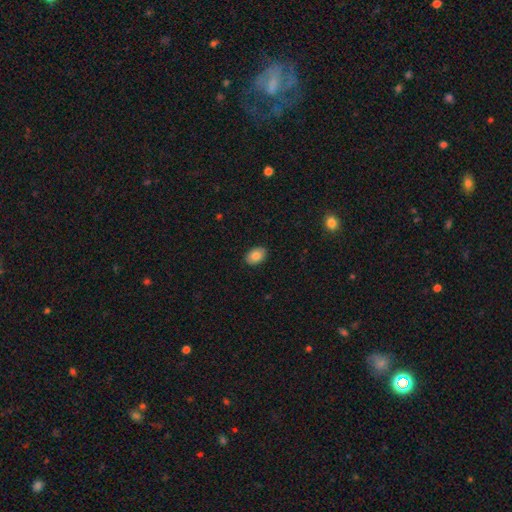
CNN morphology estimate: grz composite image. It shows a smooth galaxy with no disk features (84%) that is in between round and cigar-shaped (83%). Merging: none (89%).